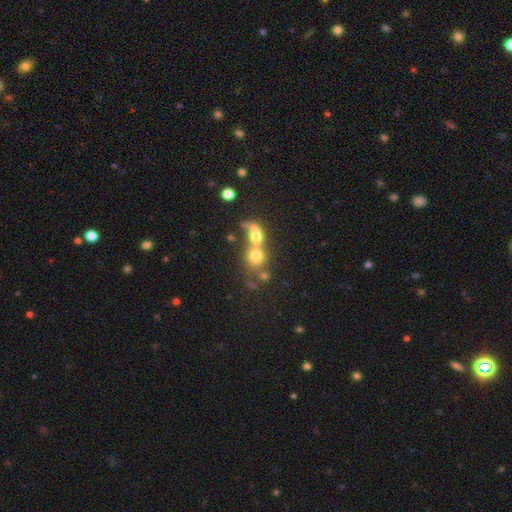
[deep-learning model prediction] Overall: smooth (69%). How rounded: round (69%). Merging: merger (64%).